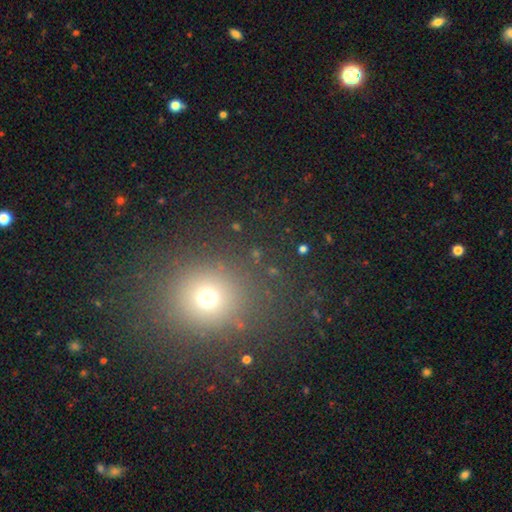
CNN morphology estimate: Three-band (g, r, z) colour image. It shows a smooth galaxy with no disk features (60%) that is round (83%). Merging: none (86%).